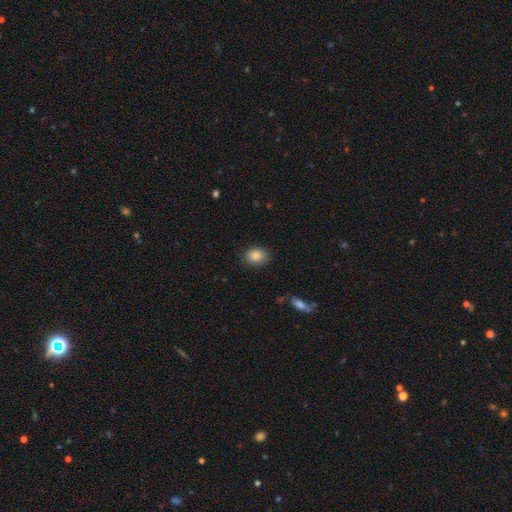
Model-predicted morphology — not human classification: A smooth galaxy with no disk features (87%) that is in between round and cigar-shaped (56%). Merging: none (82%).